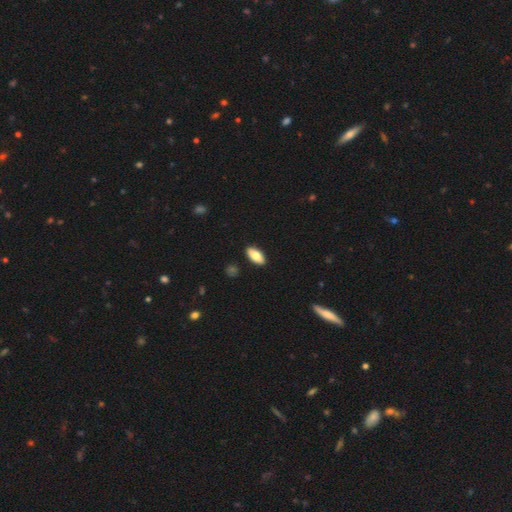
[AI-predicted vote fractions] A smooth galaxy with no disk features (78%) that is in between round and cigar-shaped (88%). Merging: none (90%).